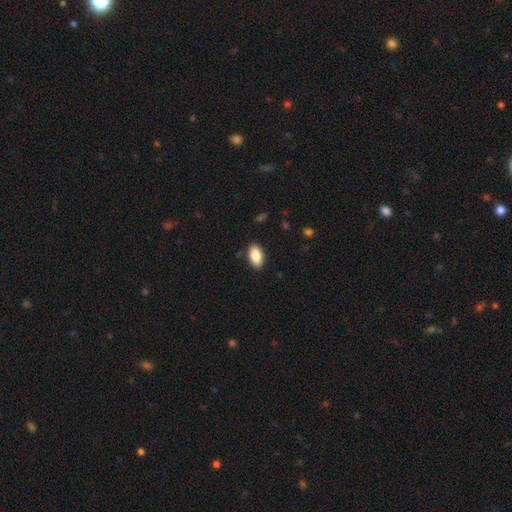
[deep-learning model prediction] Smooth or featured? Predicted: smooth (p=0.86). How rounded? Predicted: in between (p=0.93). Merging? Predicted: none (p=0.88).